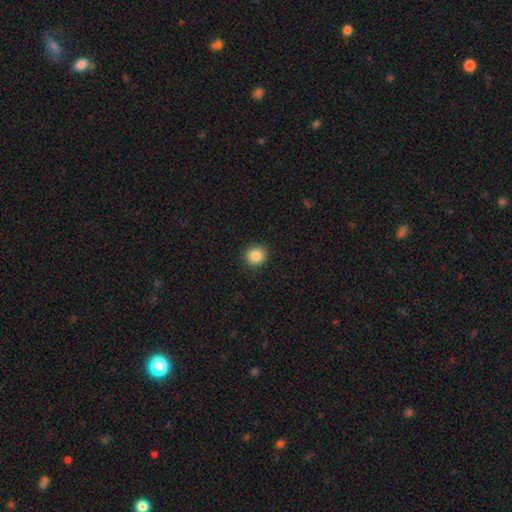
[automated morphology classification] smooth 87%, star or artifact 10%, featured or disk 4%. Down the decision tree: how rounded — round (80%); merging — none (90%).